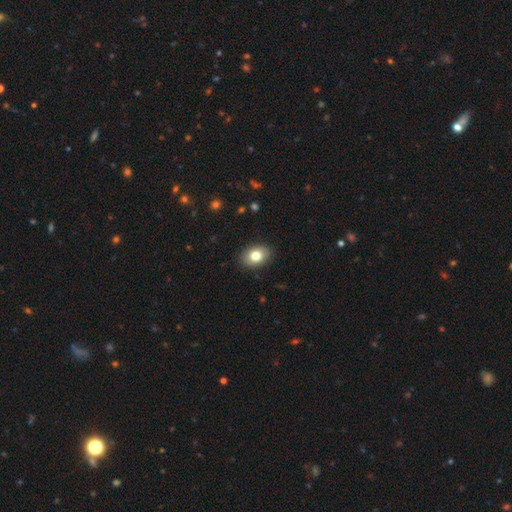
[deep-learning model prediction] smooth-or-featured: smooth: 79% | featured or disk: 12% | star or artifact: 9%
  how-rounded: in between: 76% | round: 23% | cigar-shaped: 1%
  merging: none: 88% | minor disturbance: 8% | major disturbance: 2% | merger: 1%